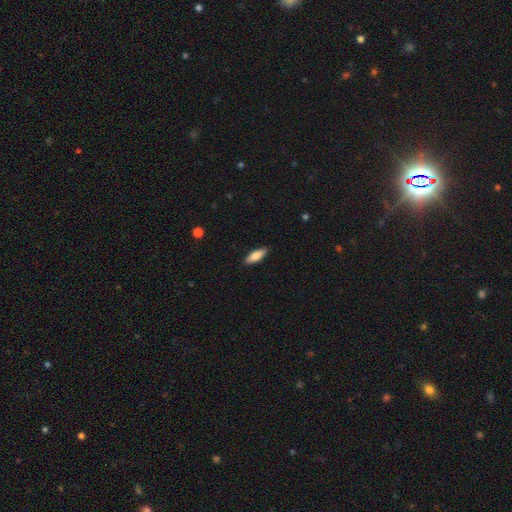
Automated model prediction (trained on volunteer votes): smooth-or-featured: smooth: 79% | featured or disk: 16% | star or artifact: 6%
  how-rounded: in between: 63% | cigar-shaped: 35% | round: 2%
  merging: none: 89% | minor disturbance: 9% | major disturbance: 2% | merger: 1%